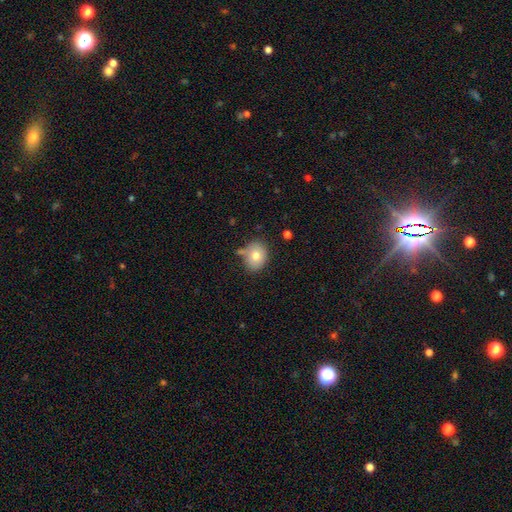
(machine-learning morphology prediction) A smooth galaxy with no disk features (76%) that is round (55%).

Vote fractions:
- Smooth or featured? smooth: 76% / featured or disk: 14% / star or artifact: 9%
- How rounded? round: 55% / in between: 44% / cigar-shaped: 1%
- Merging? none: 65% / minor disturbance: 21% / merger: 9% / major disturbance: 5%